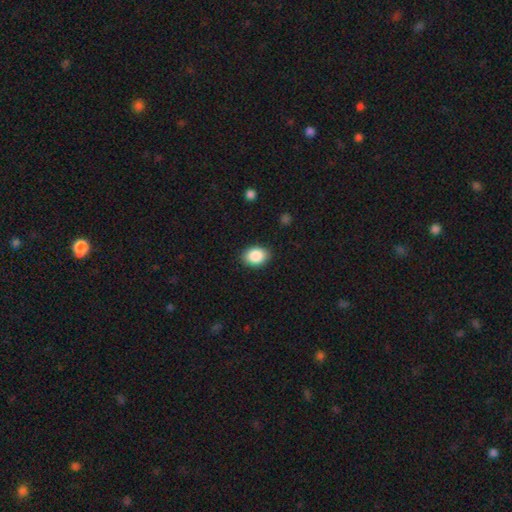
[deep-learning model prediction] A smooth galaxy with no disk features (88%) that is in between round and cigar-shaped (70%). Merging: none (88%).